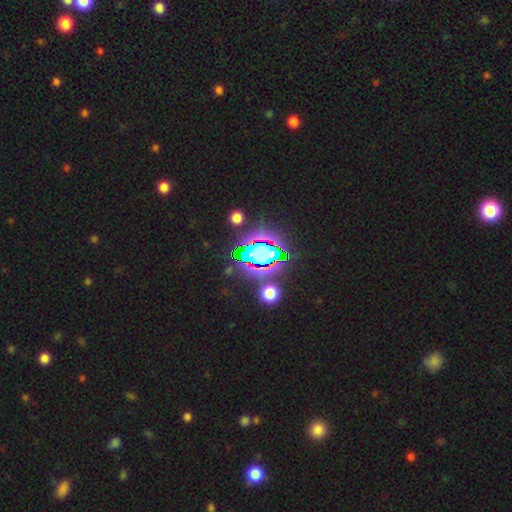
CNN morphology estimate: Smooth or featured: star or artifact — 82% (smooth — 11%)